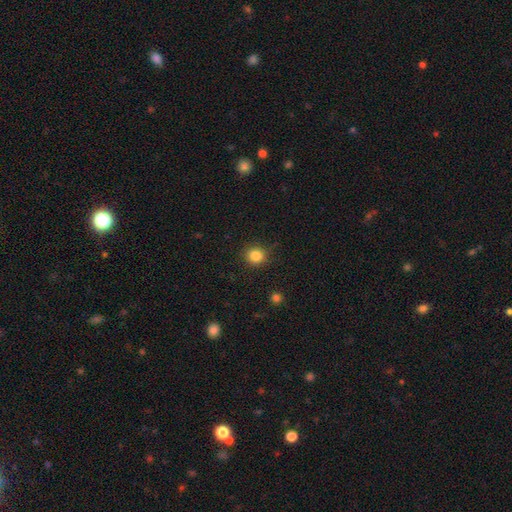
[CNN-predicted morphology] This is clearly a smooth galaxy (84%). How rounded: clearly round (86%). Merging: clearly none (87%).